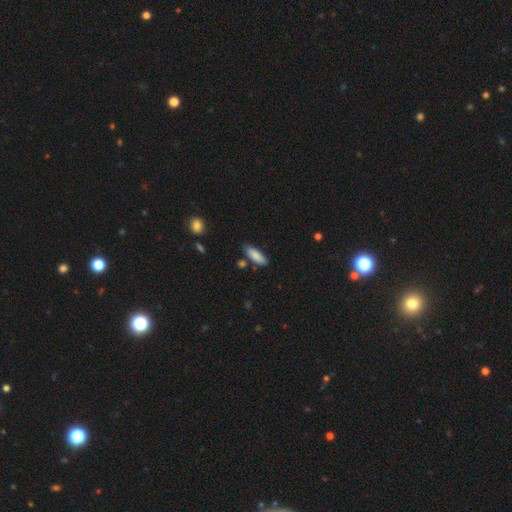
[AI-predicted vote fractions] A smooth galaxy with no disk features (86%) that is in between round and cigar-shaped (63%).

Vote fractions:
- Smooth or featured? smooth: 86% / featured or disk: 8% / star or artifact: 6%
- How rounded? in between: 63% / cigar-shaped: 36% / round: 2%
- Merging? none: 79% / minor disturbance: 14% / merger: 5% / major disturbance: 3%